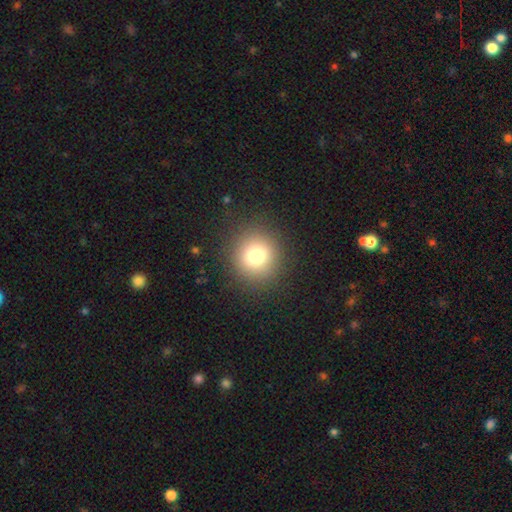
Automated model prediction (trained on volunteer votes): smooth 79%, star or artifact 13%, featured or disk 9%. Down the decision tree: how rounded — round (91%); merging — none (89%).